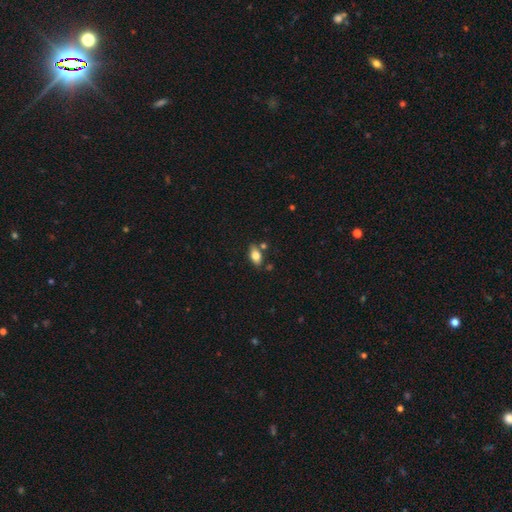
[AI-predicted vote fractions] Smooth or featured: smooth — 76% (featured or disk — 16%)
How rounded: in between — 88% (cigar-shaped — 6%)
Merging: none — 74% (minor disturbance — 15%)